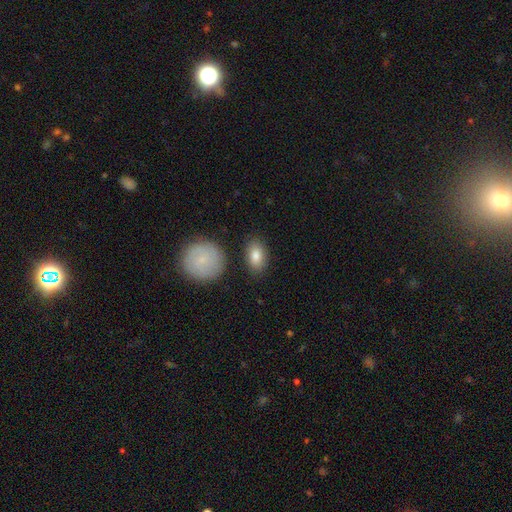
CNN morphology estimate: This is clearly a smooth galaxy (83%). How rounded: clearly in between (87%). Merging: clearly none (82%).